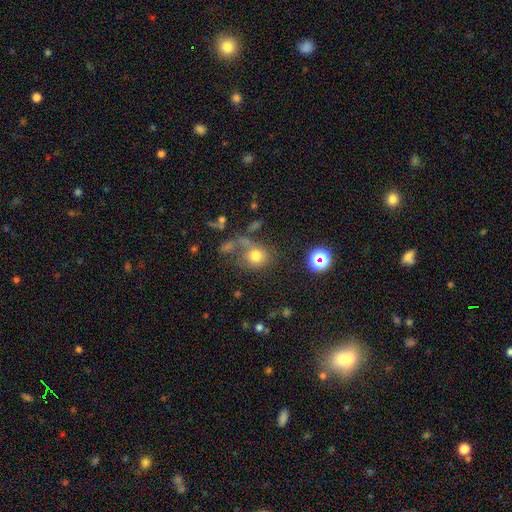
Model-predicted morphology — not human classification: The model was most divided on "merging": none: 46%, merger: 22%, major disturbance: 17%, minor disturbance: 15%. More confident: how rounded — round (74%); smooth or featured — smooth (71%).